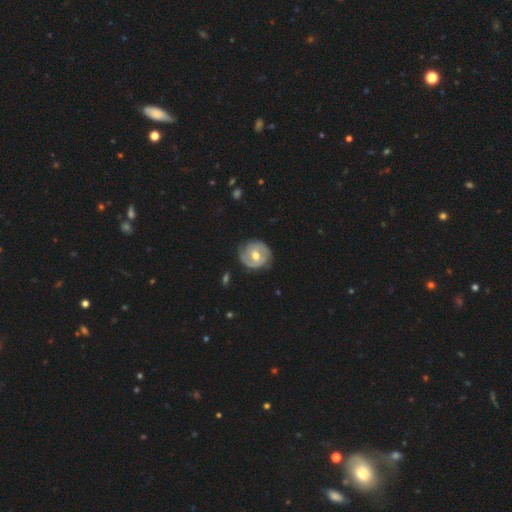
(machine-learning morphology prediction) A featured or disk galaxy (72%) with a weak bar (47%), 2 (72%) tight (54%) spiral arms (83%) and a moderate central bulge (76%). Merging: none (78%).